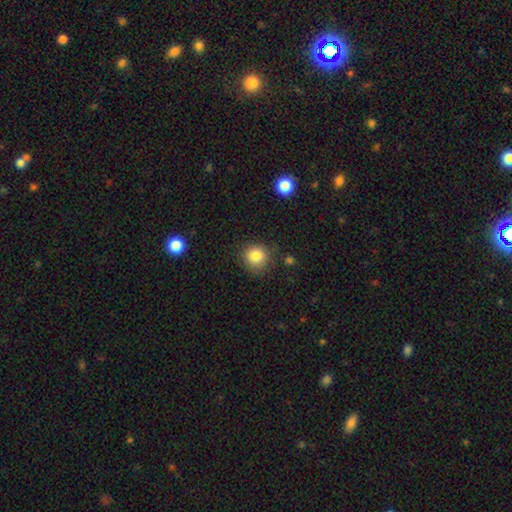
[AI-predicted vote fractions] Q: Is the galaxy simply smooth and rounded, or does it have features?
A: smooth — 84%.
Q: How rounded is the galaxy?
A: round — 91%.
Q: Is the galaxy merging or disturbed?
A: none — 82%.